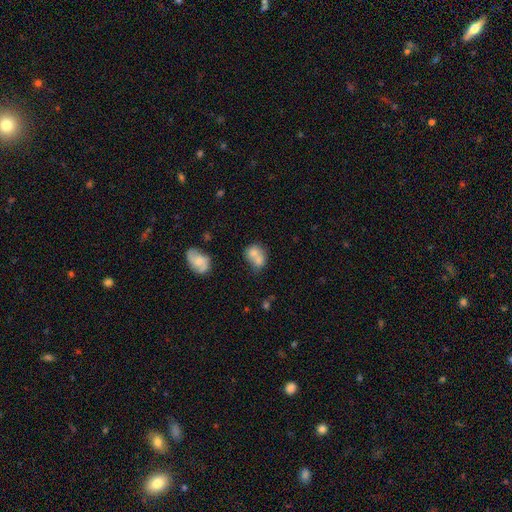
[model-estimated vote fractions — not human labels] The model was most divided on "how rounded": round: 51%, in between: 47%, cigar-shaped: 1%. More confident: smooth or featured — smooth (72%); merging — merger (61%).